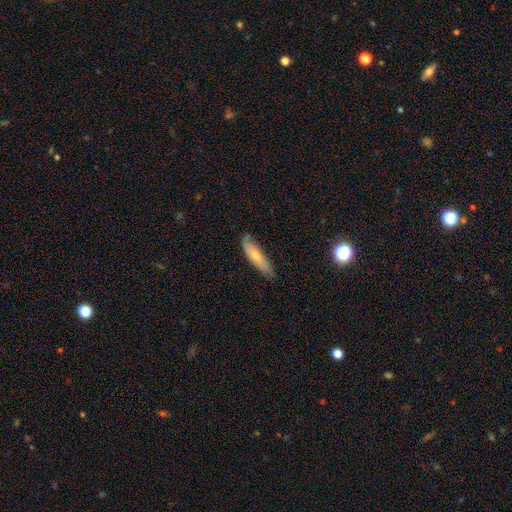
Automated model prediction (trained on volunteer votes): Overall: smooth (63%; featured or disk 31%). How rounded: cigar-shaped (68%; in between 30%). Merging: none (69%).